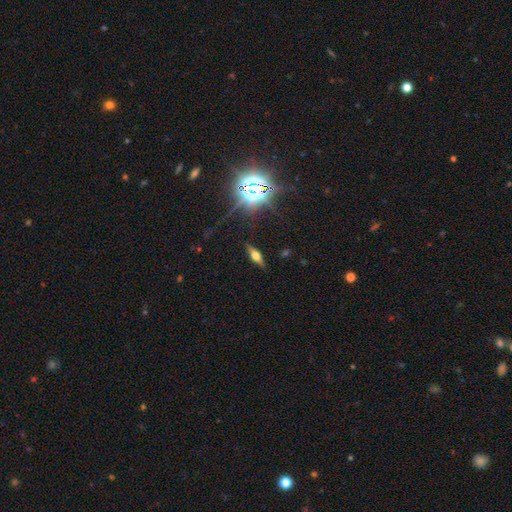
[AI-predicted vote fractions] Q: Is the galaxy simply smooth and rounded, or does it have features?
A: featured or disk — 52%.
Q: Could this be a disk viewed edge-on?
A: yes — 92%.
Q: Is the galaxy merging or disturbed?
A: none — 85%.